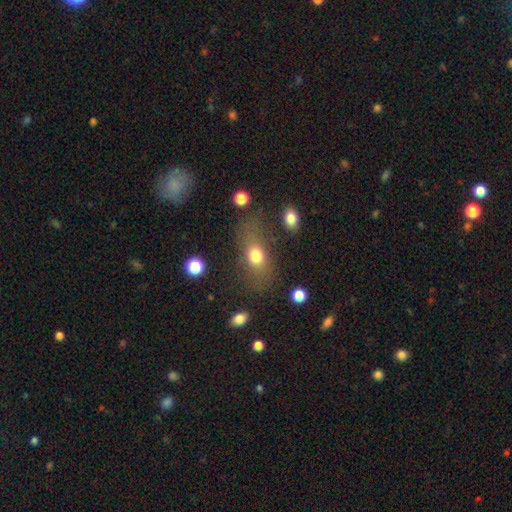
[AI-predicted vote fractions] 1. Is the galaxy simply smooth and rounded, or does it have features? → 72% smooth, 16% featured or disk, 12% star or artifact.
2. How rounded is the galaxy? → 67% in between, 27% round, 6% cigar-shaped.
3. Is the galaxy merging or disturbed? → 59% none, 19% minor disturbance, 17% major disturbance, 5% merger.